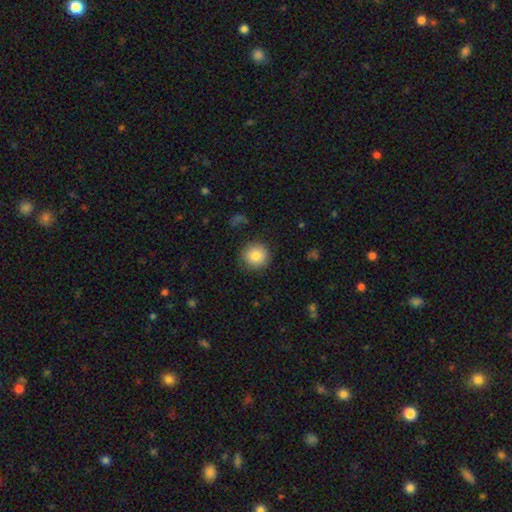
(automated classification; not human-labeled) This is clearly a smooth galaxy (83%). How rounded: clearly round (94%). Merging: clearly none (86%).